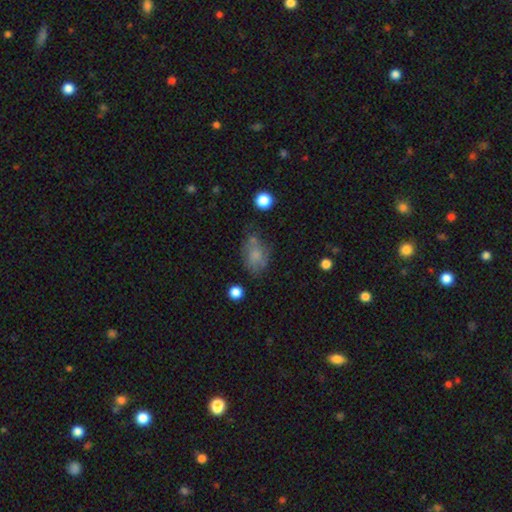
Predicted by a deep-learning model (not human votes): A smooth galaxy with no disk features (67%) that is in between round and cigar-shaped (75%). Merging: none (48%).